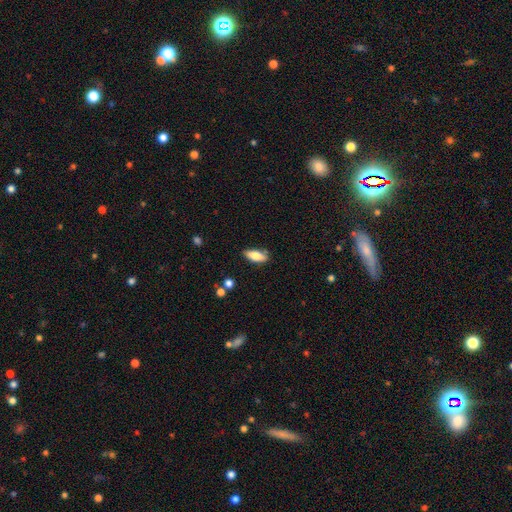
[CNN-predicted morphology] smooth-or-featured: smooth: 75% | featured or disk: 18% | star or artifact: 7%
  how-rounded: in between: 75% | cigar-shaped: 23% | round: 3%
  merging: none: 78% | minor disturbance: 16% | major disturbance: 3% | merger: 3%